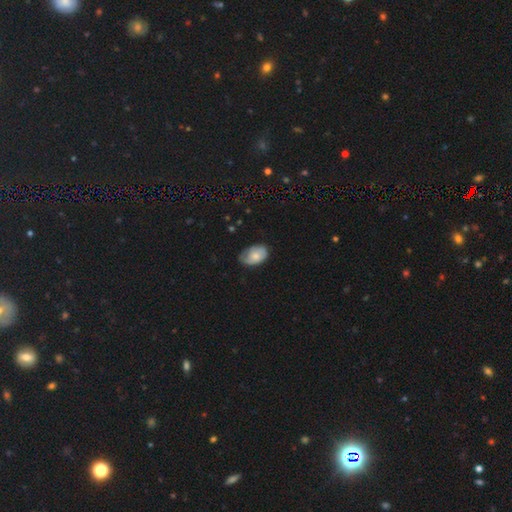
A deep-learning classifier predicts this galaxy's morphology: type=smooth (63%); roundness=in between (89%); merging=none (61%).